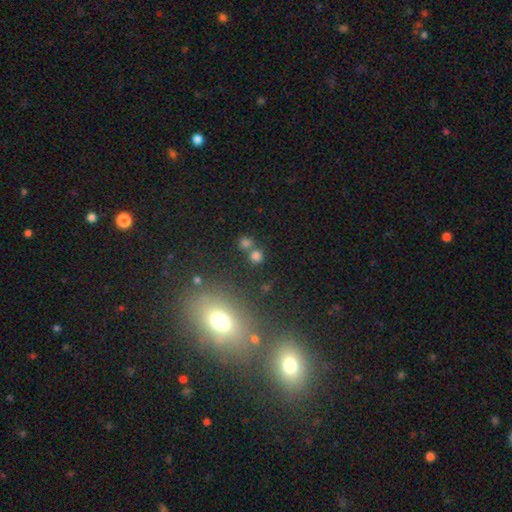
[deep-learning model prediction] This appears to be a smooth galaxy with no disk features (72%) that is round (88%). Merging: none (66%).